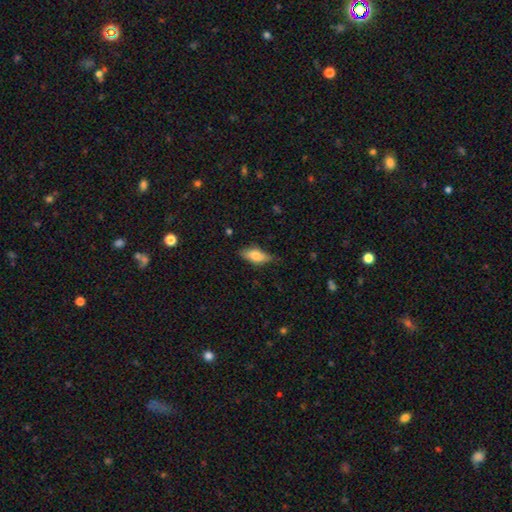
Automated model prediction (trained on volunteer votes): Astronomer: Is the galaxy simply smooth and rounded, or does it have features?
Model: smooth — 65%.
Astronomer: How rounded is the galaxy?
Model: in between — 78%.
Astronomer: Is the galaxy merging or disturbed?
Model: none — 71%.